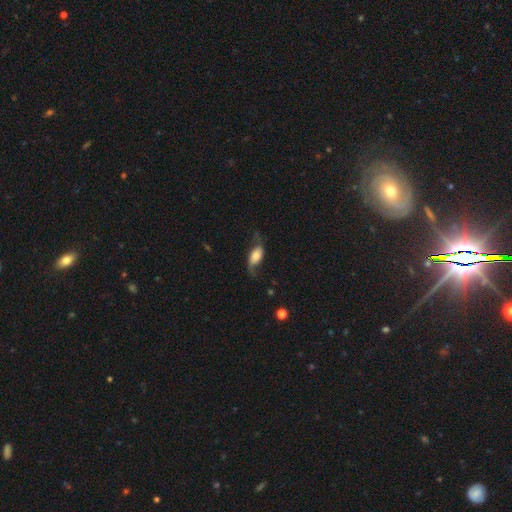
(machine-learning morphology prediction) Smooth or featured? Predicted: featured or disk (p=0.53). Edge-on disk? Predicted: no (p=0.86). Merging? Predicted: none (p=0.56).